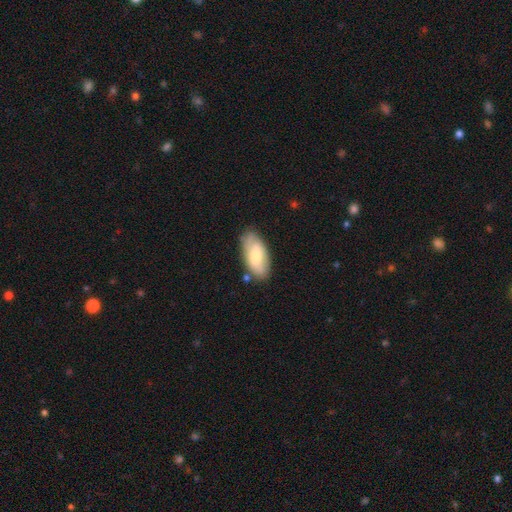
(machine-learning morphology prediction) This appears to be a smooth galaxy with no disk features (63%) that is in between round and cigar-shaped (91%). Merging: none (74%).